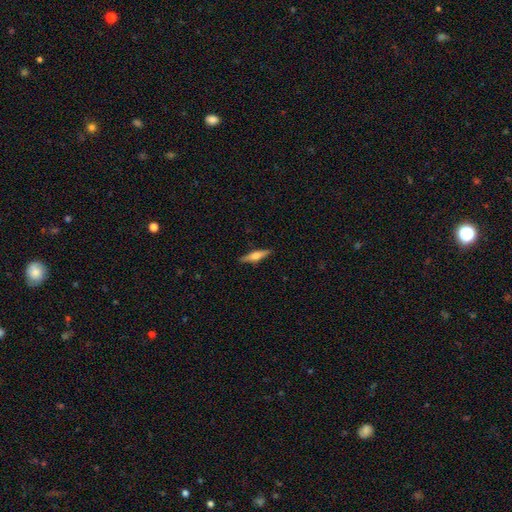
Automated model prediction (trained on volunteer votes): smooth-or-featured: featured or disk: 57% | smooth: 37% | star or artifact: 6%
  disk-edge-on: yes: 96% | no: 4%
    edge-on-bulge: rounded: 88% | boxy: 9% | none: 4%
  merging: none: 89% | minor disturbance: 8% | major disturbance: 2% | merger: 1%